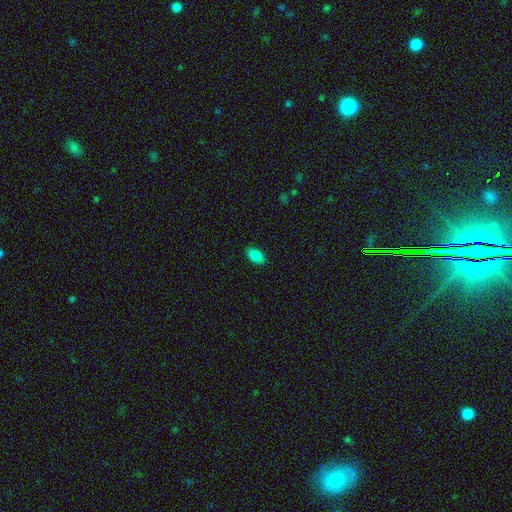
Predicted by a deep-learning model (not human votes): This is clearly a smooth galaxy (87%). How rounded: clearly in between (93%). Merging: clearly none (88%).